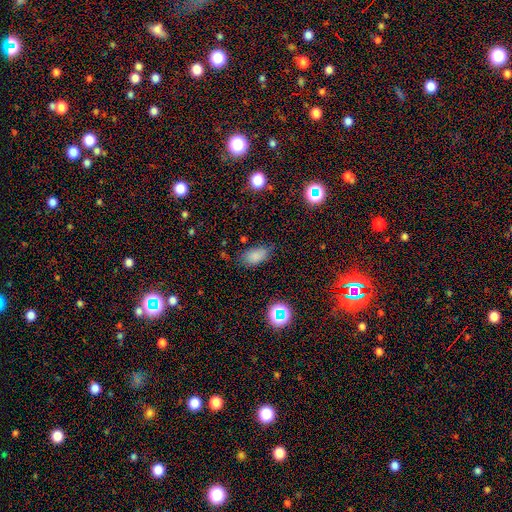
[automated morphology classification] type=smooth (78%); roundness=in between (90%); merging=none (70%).